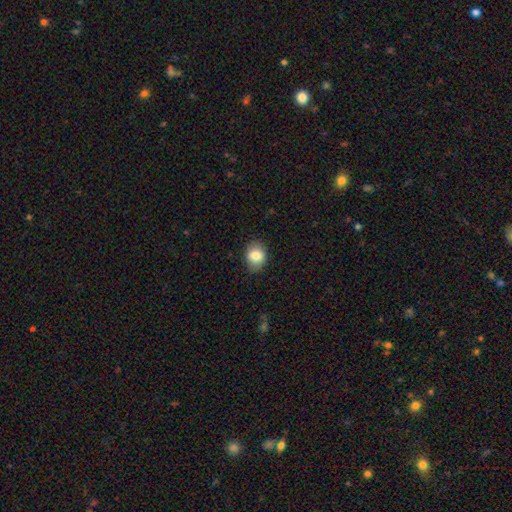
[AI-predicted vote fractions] A smooth galaxy with no disk features (83%) that is in between round and cigar-shaped (53%). Merging: none (80%).